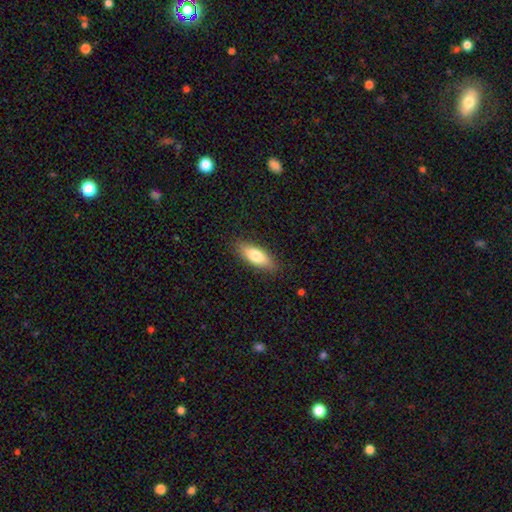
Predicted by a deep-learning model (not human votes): A smooth galaxy with no disk features (77%) that is in between round and cigar-shaped (70%). Merging: none (86%).